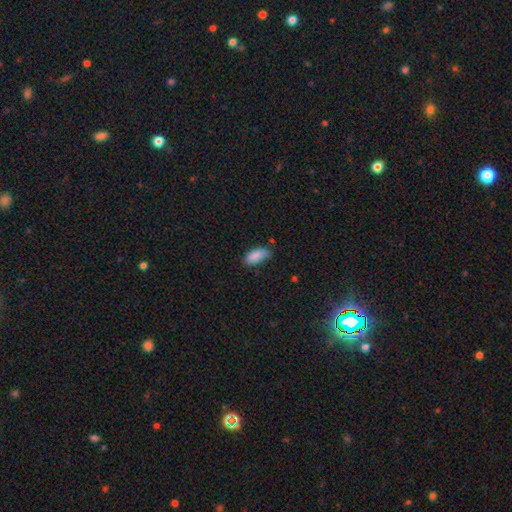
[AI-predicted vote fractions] Q: Smooth or featured?
A: smooth (85%); runner-up: featured or disk (8%)
Q: How rounded?
A: in between (90%); runner-up: cigar-shaped (8%)
Q: Merging?
A: none (59%); runner-up: minor disturbance (33%)